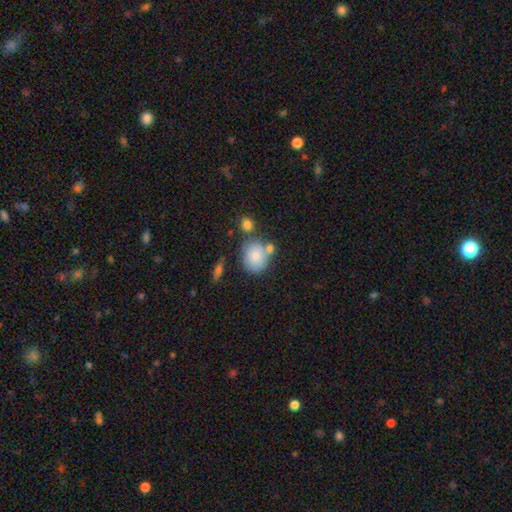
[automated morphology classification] Smooth or featured: smooth — 79% (featured or disk — 12%)
How rounded: round — 65% (in between — 34%)
Merging: none — 58% (merger — 19%)